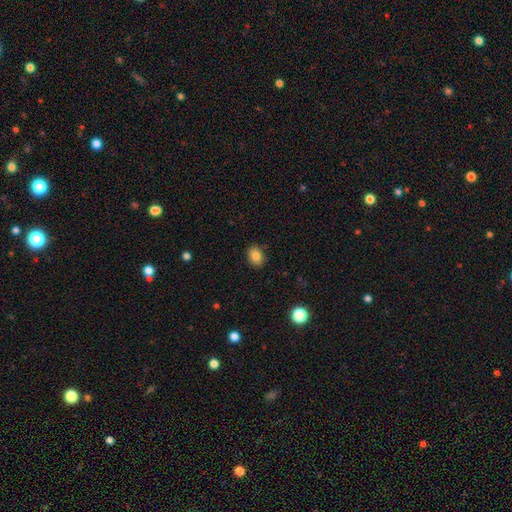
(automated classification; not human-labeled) This is clearly a smooth galaxy (83%). How rounded: likely in between (60%). Merging: clearly none (88%).